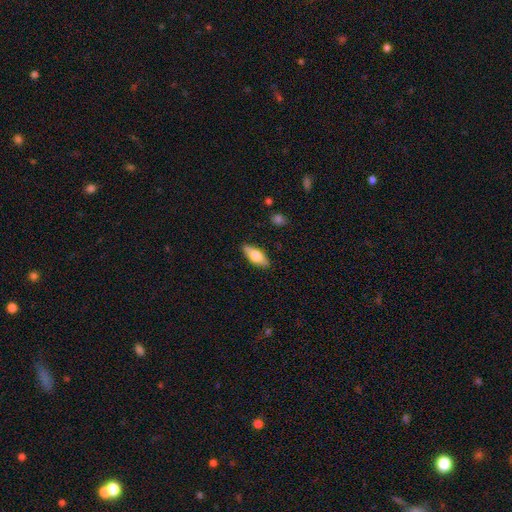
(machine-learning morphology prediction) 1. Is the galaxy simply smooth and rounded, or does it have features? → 65% smooth, 29% featured or disk, 6% star or artifact.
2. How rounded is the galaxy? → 76% in between, 21% cigar-shaped, 3% round.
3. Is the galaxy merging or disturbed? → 87% none, 10% minor disturbance, 2% major disturbance, 1% merger.